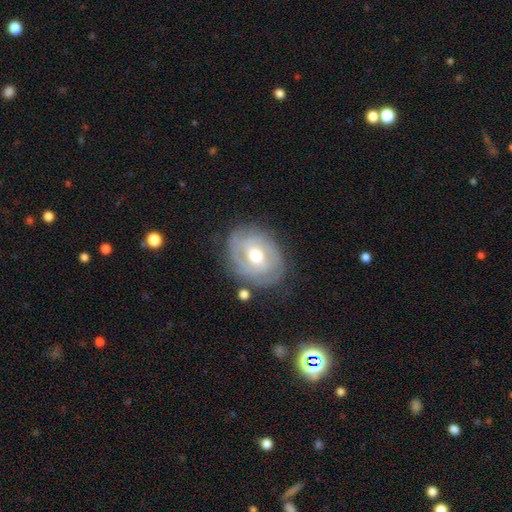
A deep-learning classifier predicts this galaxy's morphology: A featured or disk galaxy (76%) with no bar (46%), 2 (35%) tight (63%) spiral arms (83%) and a moderate central bulge (76%).

Vote fractions:
- Smooth or featured? featured or disk: 76% / smooth: 18% / star or artifact: 6%
- Edge-on disk? no: 96% / yes: 4%
- Bar? no: 46% / weak: 41% / strong: 13%
- Spiral arms? yes: 83% / no: 17%
- Spiral winding? tight: 63% / medium: 27% / loose: 10%
- Spiral arm count? 2: 35% / can't tell: 33% / 3: 19% / 4: 5% / 1: 5% / more than 4: 4%
- Bulge size? moderate: 76% / small: 16% / large: 6% / dominant: 1% / none: 1%
- Merging? none: 74% / minor disturbance: 17% / major disturbance: 6% / merger: 2%